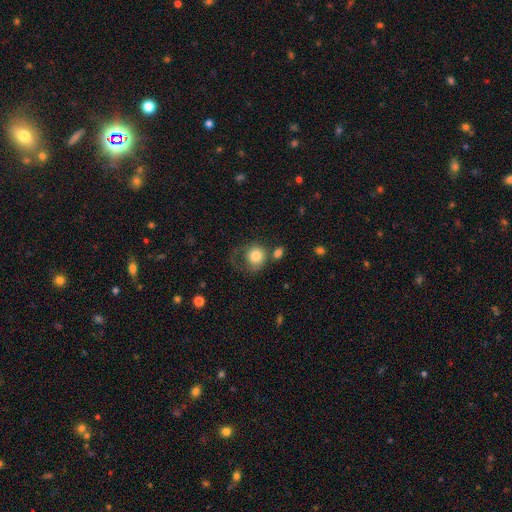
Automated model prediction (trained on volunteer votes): Q: Smooth or featured?
A: smooth (78%); runner-up: featured or disk (14%)
Q: How rounded?
A: round (82%); runner-up: in between (17%)
Q: Merging?
A: none (37%); runner-up: major disturbance (27%)